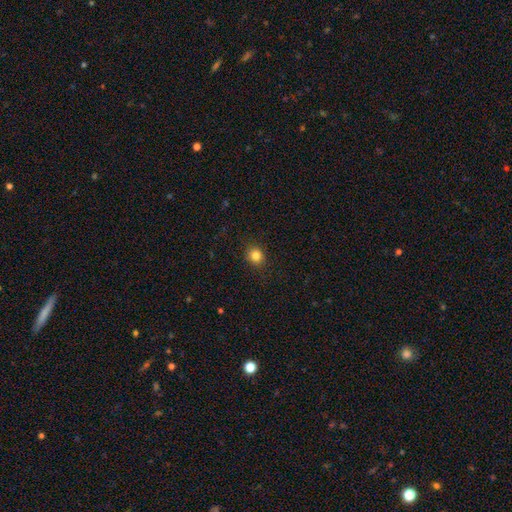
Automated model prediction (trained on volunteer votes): Morphology: type=smooth (83%); roundness=round (81%); merging=none (90%).